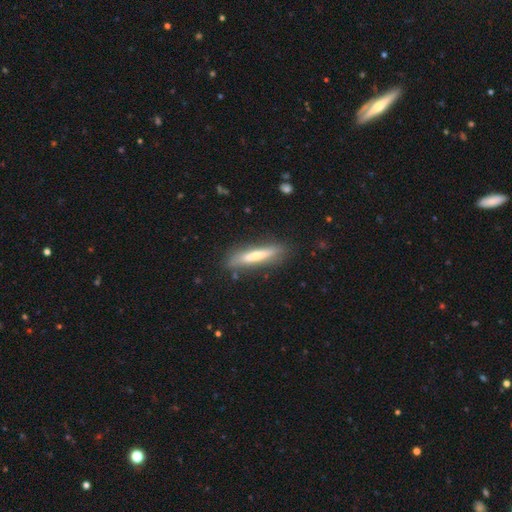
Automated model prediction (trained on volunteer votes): A smooth galaxy with no disk features (50%) that is cigar-shaped (87%).

Vote fractions:
- Smooth or featured? smooth: 50% / featured or disk: 43% / star or artifact: 7%
- How rounded? cigar-shaped: 87% / in between: 11% / round: 1%
- Merging? none: 83% / minor disturbance: 12% / major disturbance: 3% / merger: 2%